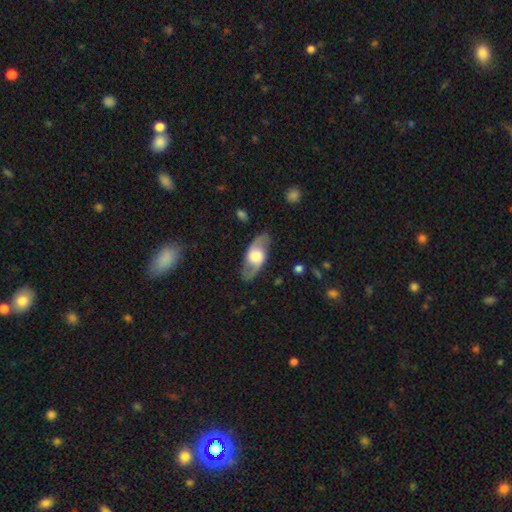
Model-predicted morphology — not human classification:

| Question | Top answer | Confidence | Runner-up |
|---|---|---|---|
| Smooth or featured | featured or disk | 63% | smooth (31%) |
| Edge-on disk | no | 80% | yes (20%) |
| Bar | no | 63% | weak (28%) |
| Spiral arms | yes | 72% | no (28%) |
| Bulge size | large | 51% | moderate (35%) |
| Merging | none | 83% | minor disturbance (12%) |